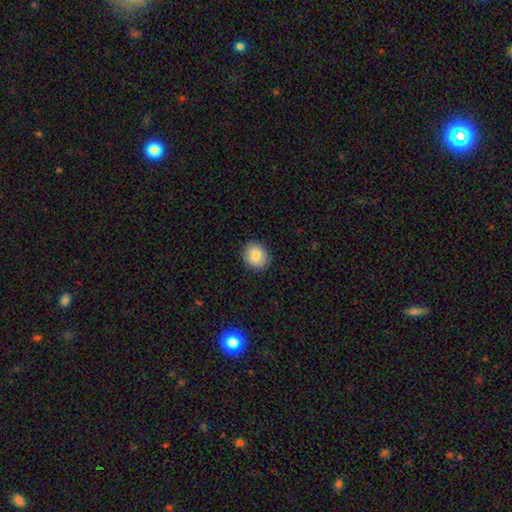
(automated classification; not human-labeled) Smooth or featured?
  - smooth: 85% *
  - star or artifact: 8%
  - featured or disk: 7%
How rounded?
  - round: 71% *
  - in between: 28%
  - cigar-shaped: 1%
Merging?
  - none: 88% *
  - minor disturbance: 8%
  - major disturbance: 2%
  - merger: 1%